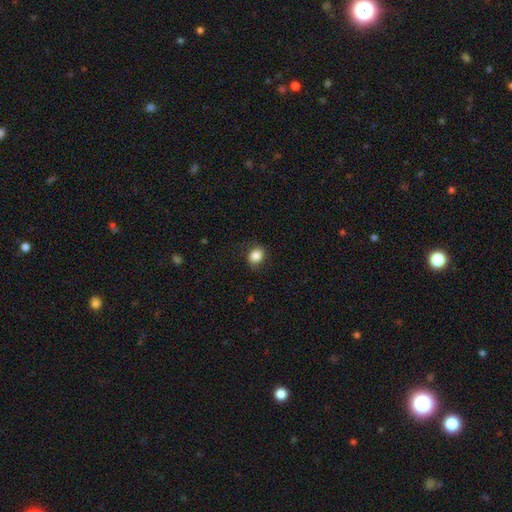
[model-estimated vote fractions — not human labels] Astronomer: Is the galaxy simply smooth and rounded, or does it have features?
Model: smooth — 85%.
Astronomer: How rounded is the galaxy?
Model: round — 56% (runner-up: in between, 43%).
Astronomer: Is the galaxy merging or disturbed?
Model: none — 82%.